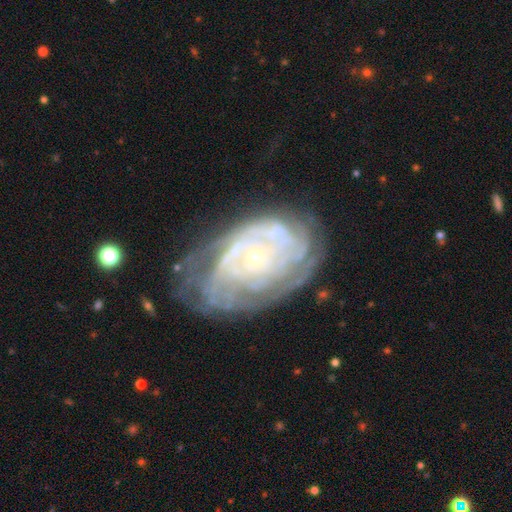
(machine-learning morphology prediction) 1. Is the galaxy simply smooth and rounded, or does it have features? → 83% featured or disk, 10% smooth, 7% star or artifact.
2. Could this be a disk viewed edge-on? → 96% no, 4% yes.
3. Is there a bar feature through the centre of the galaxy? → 80% no, 16% weak, 5% strong.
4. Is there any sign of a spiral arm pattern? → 89% yes, 11% no.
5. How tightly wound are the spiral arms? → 74% tight, 20% medium, 6% loose.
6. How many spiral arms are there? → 48% can't tell, 12% 4, 12% more than 4, 12% 2, 11% 3, 6% 1.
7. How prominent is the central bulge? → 83% small, 13% moderate, 2% none, 1% large, 1% dominant.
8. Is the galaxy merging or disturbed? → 58% none, 25% minor disturbance, 15% major disturbance, 3% merger.